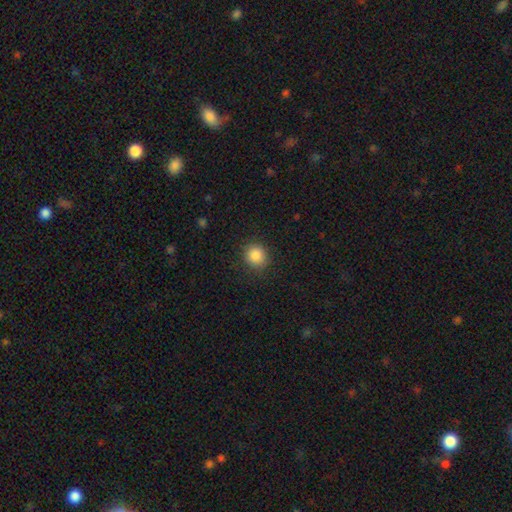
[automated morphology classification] This appears to be a smooth galaxy with no disk features (87%) that is round (86%). Merging: none (88%).